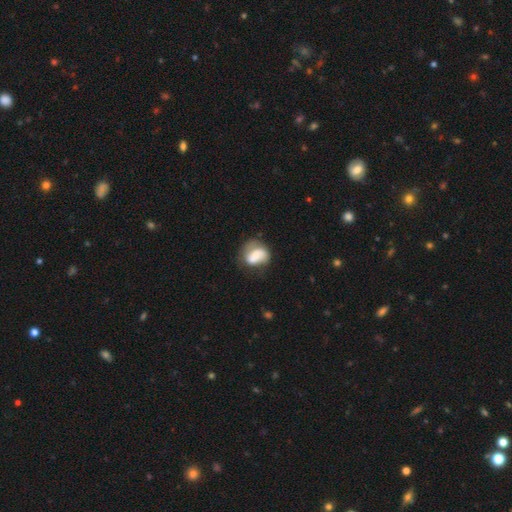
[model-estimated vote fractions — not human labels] A smooth galaxy with no disk features (58%) that is in between round and cigar-shaped (59%).

Vote fractions:
- Smooth or featured? smooth: 58% / featured or disk: 34% / star or artifact: 8%
- How rounded? in between: 59% / round: 40% / cigar-shaped: 1%
- Merging? none: 40% / minor disturbance: 30% / major disturbance: 23% / merger: 7%